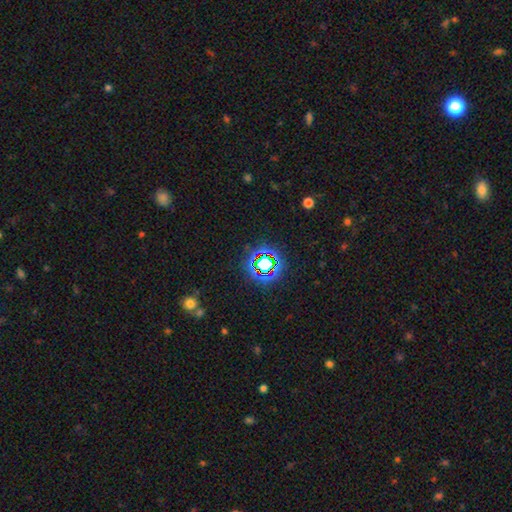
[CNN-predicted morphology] A star or artifact, not a galaxy (76%).